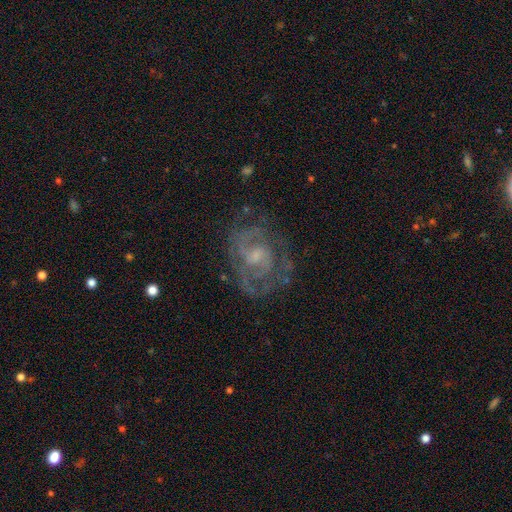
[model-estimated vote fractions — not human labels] Overall: featured or disk (78%). Edge-on disk: no (97%). Bar: no (50%; weak 42%). Spiral arms: yes (83%). Spiral arm count: 2 (45%; can't tell 33%). Spiral winding: tight (47%; medium 41%). Bulge size: small (50%; moderate 32%). Merging: none (67%).